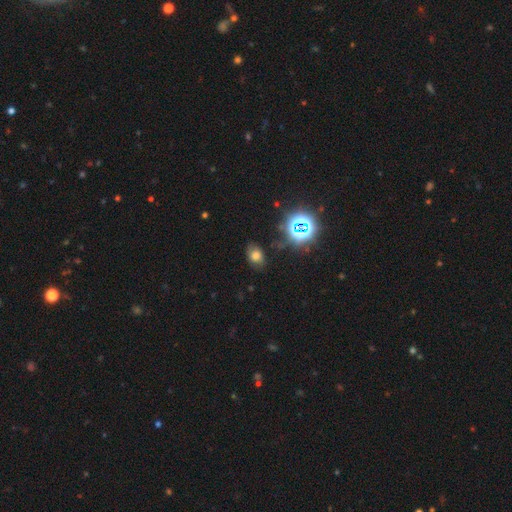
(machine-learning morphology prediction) A smooth galaxy with no disk features (62%) that is in between round and cigar-shaped (68%).

Vote fractions:
- Smooth or featured? smooth: 62% / star or artifact: 25% / featured or disk: 12%
- How rounded? in between: 68% / round: 31% / cigar-shaped: 1%
- Merging? none: 73% / minor disturbance: 19% / major disturbance: 6% / merger: 2%